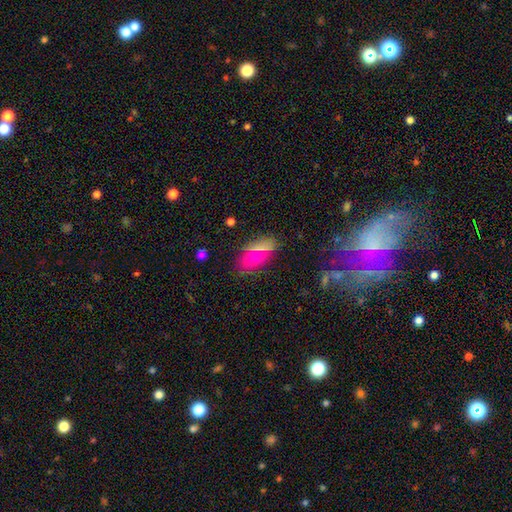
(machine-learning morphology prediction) Smooth or featured? smooth (63%)
How rounded? in between (81%)
Merging? none (76%)